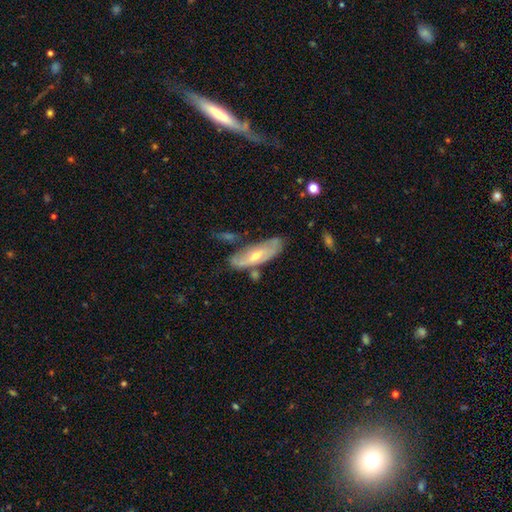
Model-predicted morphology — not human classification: The model was most divided on "smooth or featured": featured or disk: 62%, smooth: 32%, star or artifact: 6%. More confident: edge-on disk — no (74%); merging — none (62%).